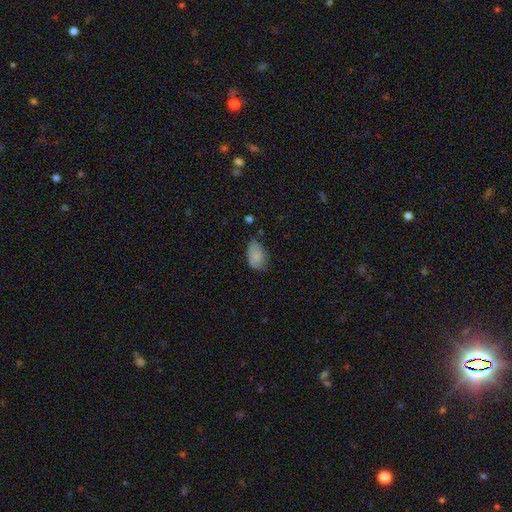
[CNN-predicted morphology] This is clearly a smooth galaxy (82%). How rounded: clearly in between (88%). Merging: possibly none (59%).